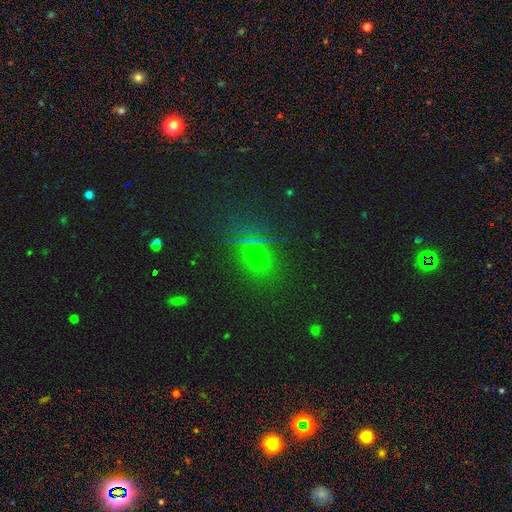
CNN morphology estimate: This appears to be a smooth galaxy with no disk features (51%) that is round (72%). Merging: none (82%).